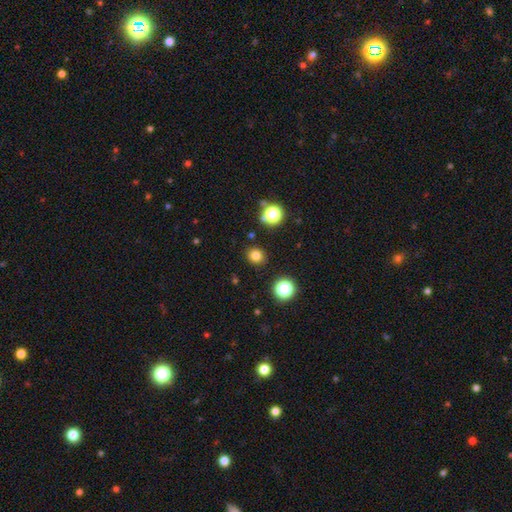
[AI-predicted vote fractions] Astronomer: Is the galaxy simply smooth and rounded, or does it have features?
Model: smooth — 79%.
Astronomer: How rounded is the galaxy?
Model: round — 81%.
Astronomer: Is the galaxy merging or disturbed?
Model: none — 88%.